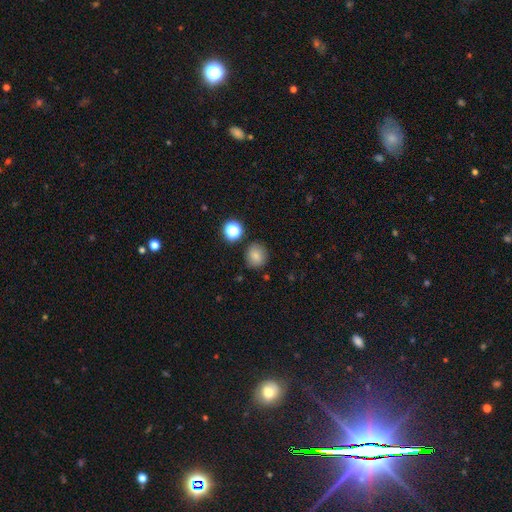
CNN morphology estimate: This appears to be a smooth galaxy with no disk features (80%) that is round (86%). Merging: none (82%).